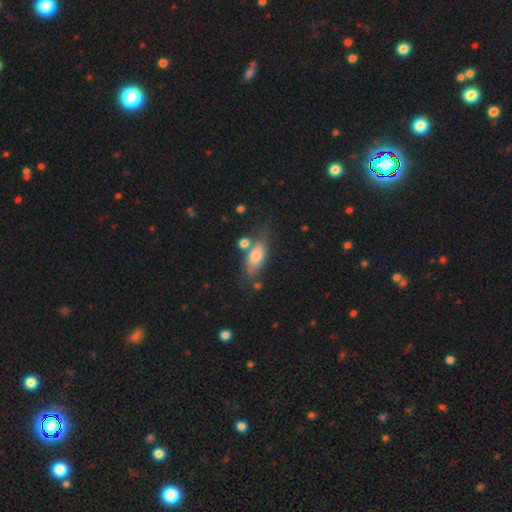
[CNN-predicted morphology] Smooth or featured: smooth — 75% (featured or disk — 18%)
How rounded: in between — 83% (cigar-shaped — 13%)
Merging: none — 59% (minor disturbance — 19%)